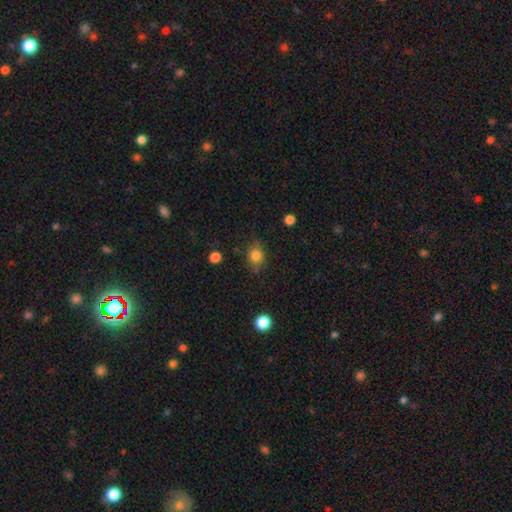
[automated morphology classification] A smooth galaxy with no disk features (82%) that is round (69%).

Vote fractions:
- Smooth or featured? smooth: 82% / star or artifact: 11% / featured or disk: 7%
- How rounded? round: 69% / in between: 30% / cigar-shaped: 1%
- Merging? none: 73% / minor disturbance: 19% / major disturbance: 5% / merger: 3%